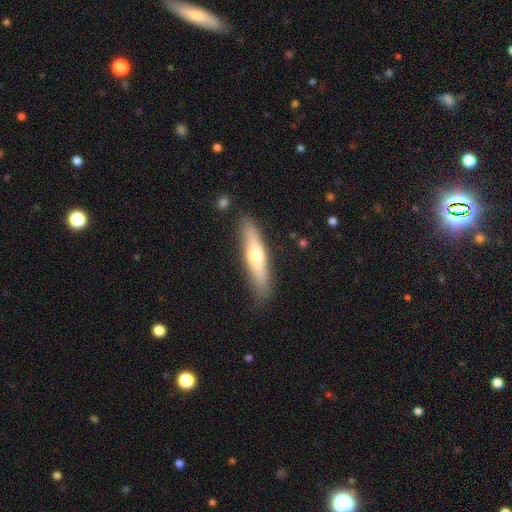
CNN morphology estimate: A smooth galaxy with no disk features (49%).

Vote fractions:
- Smooth or featured? smooth: 49% / featured or disk: 45% / star or artifact: 6%
- Merging? none: 85% / minor disturbance: 11% / major disturbance: 2% / merger: 2%